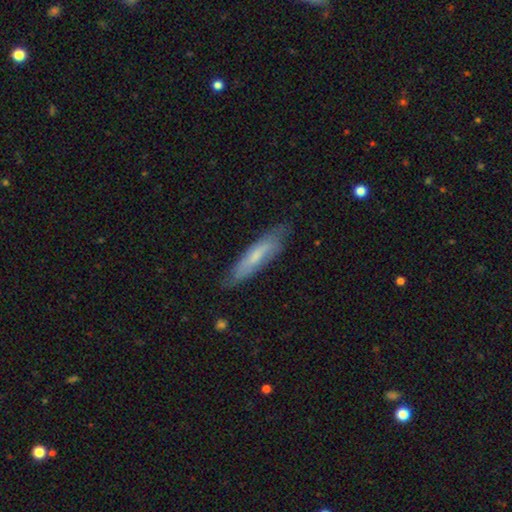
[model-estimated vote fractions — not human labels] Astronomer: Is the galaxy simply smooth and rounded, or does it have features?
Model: smooth — 58% (runner-up: featured or disk, 36%).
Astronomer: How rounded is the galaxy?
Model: cigar-shaped — 77%.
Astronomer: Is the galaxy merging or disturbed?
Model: none — 78%.